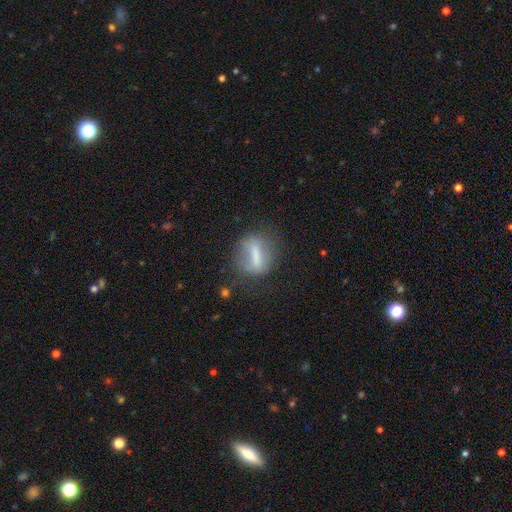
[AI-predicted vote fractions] Smooth or featured? smooth (53%)
How rounded? in between (42%)
Merging? none (65%)